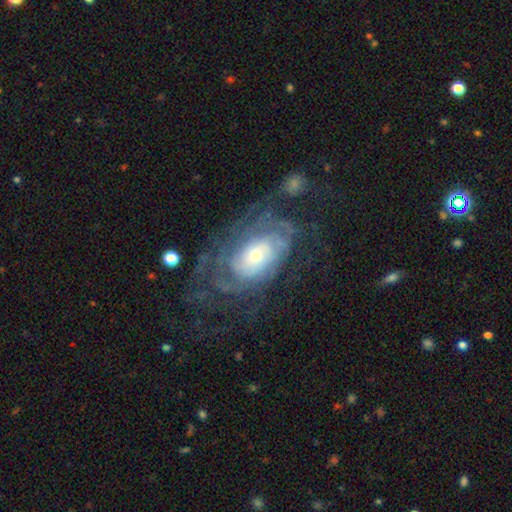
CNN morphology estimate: Smooth or featured? featured or disk (81%)
Edge-on disk? no (95%)
Bar? no (76%)
Spiral arms? yes (89%)
Spiral winding? tight (63%)
Spiral arm count? can't tell (50%)
Bulge size? small (46%)
Merging? none (58%)